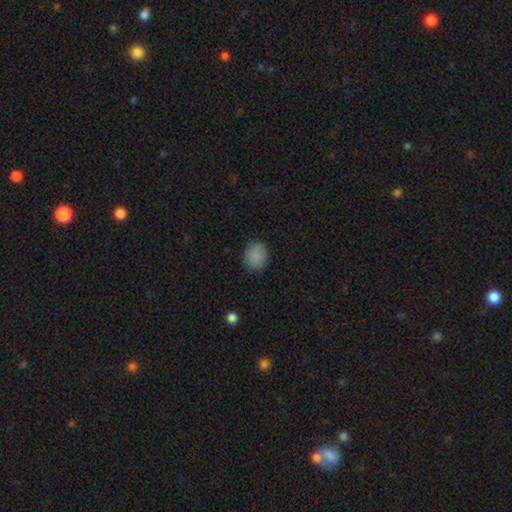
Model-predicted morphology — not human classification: This is clearly a smooth galaxy (87%). How rounded: likely round (66%). Merging: clearly none (85%).